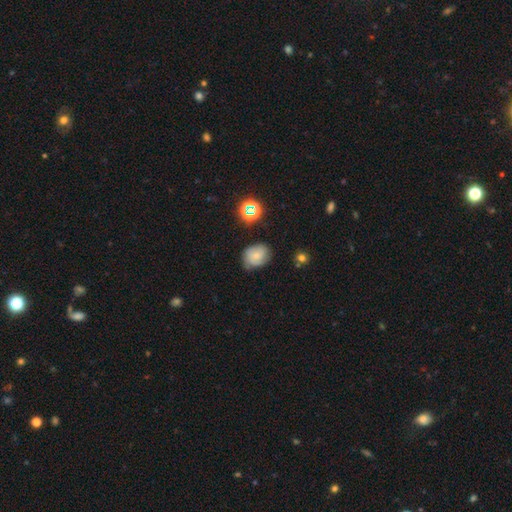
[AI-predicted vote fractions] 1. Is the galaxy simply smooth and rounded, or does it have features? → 55% smooth, 32% featured or disk, 13% star or artifact.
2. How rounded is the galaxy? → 50% in between, 49% round, 1% cigar-shaped.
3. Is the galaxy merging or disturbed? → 62% none, 28% minor disturbance, 7% major disturbance, 3% merger.